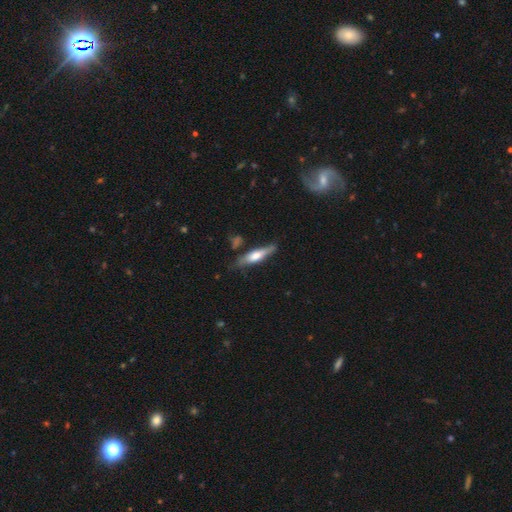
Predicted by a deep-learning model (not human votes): Smooth or featured? Predicted: smooth (p=0.48). Merging? Predicted: none (p=0.69).